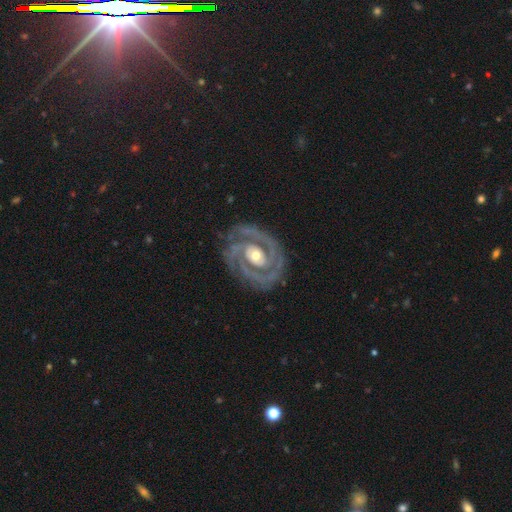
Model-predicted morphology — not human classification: The model was most divided on "bar": no: 60%, weak: 25%, strong: 15%. More confident: spiral arms — yes (98%); edge-on disk — no (97%); smooth or featured — featured or disk (93%); merging — none (79%); spiral winding — tight (70%); bulge size — moderate (68%); spiral arm count — 2 (57%).